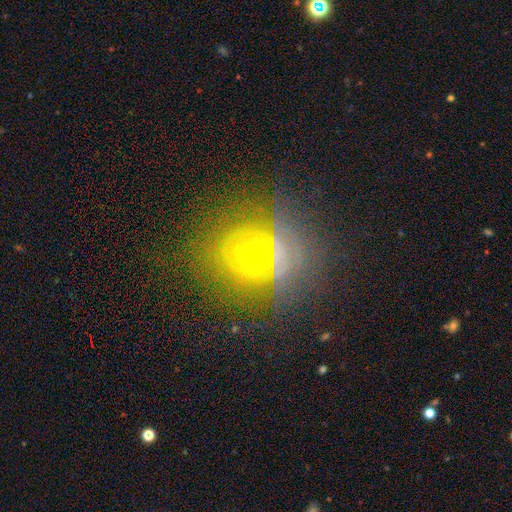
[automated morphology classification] Smooth or featured?
  - smooth: 43% *
  - featured or disk: 29%
  - star or artifact: 28%
Merging?
  - none: 70% *
  - minor disturbance: 14%
  - merger: 9%
  - major disturbance: 7%